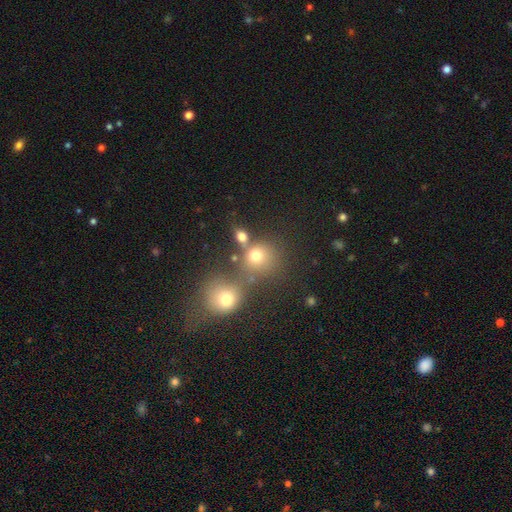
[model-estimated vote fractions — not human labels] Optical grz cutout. It shows a smooth galaxy with no disk features (73%) that is round (78%). Merging: none (50%).